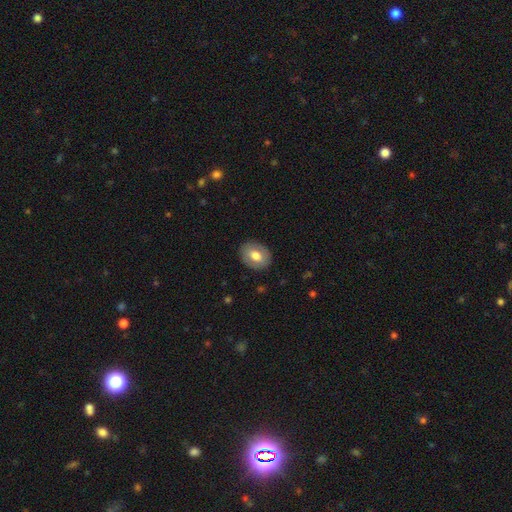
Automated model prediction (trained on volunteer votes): A smooth galaxy with no disk features (68%) that is in between round and cigar-shaped (65%).

Vote fractions:
- Smooth or featured? smooth: 68% / featured or disk: 26% / star or artifact: 7%
- How rounded? in between: 65% / round: 34% / cigar-shaped: 1%
- Merging? none: 87% / minor disturbance: 10% / major disturbance: 3% / merger: 1%